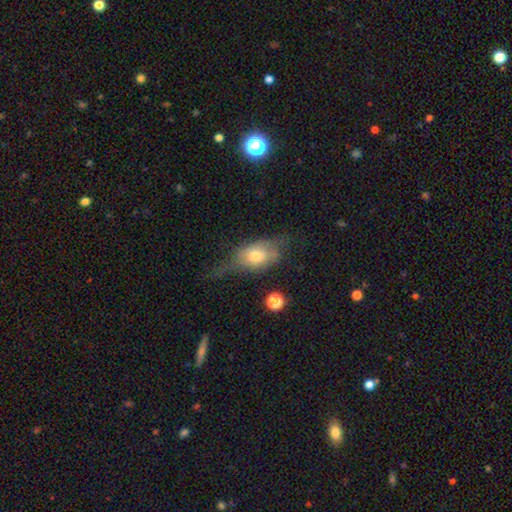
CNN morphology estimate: smooth-or-featured: smooth: 58% | featured or disk: 33% | star or artifact: 9%
  how-rounded: in between: 80% | round: 12% | cigar-shaped: 8%
  merging: none: 35% | minor disturbance: 32% | major disturbance: 28% | merger: 4%